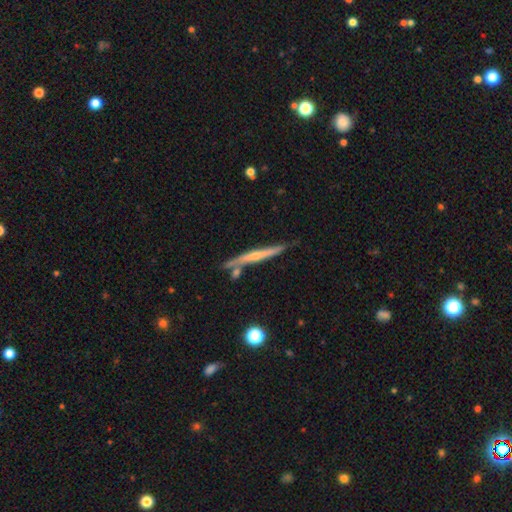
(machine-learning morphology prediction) type=featured or disk (64%); edge-on=yes (96%); edge-on bulge=rounded (55%); merging=none (73%).